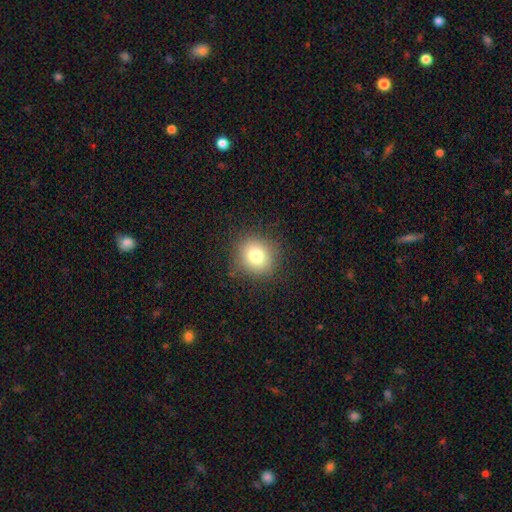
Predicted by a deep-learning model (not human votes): smooth 78%, star or artifact 12%, featured or disk 10%. Down the decision tree: how rounded — round (83%); merging — none (85%).